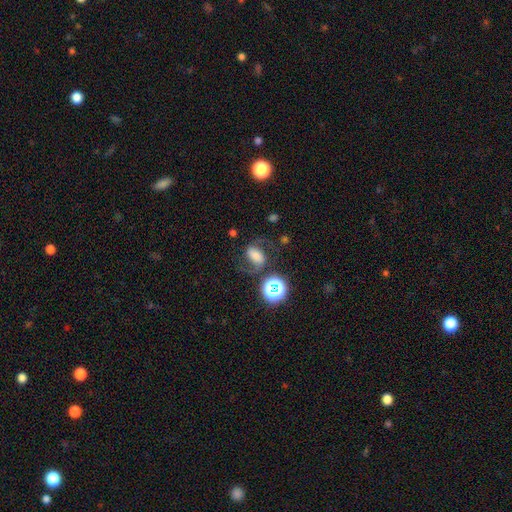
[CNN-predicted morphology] The model was most divided on "bar": strong: 36%, weak: 35%, no: 29%. Remaining: edge-on disk — no (97%); spiral arms — yes (91%); merging — none (61%); smooth or featured — featured or disk (55%); bulge size — large (28%).